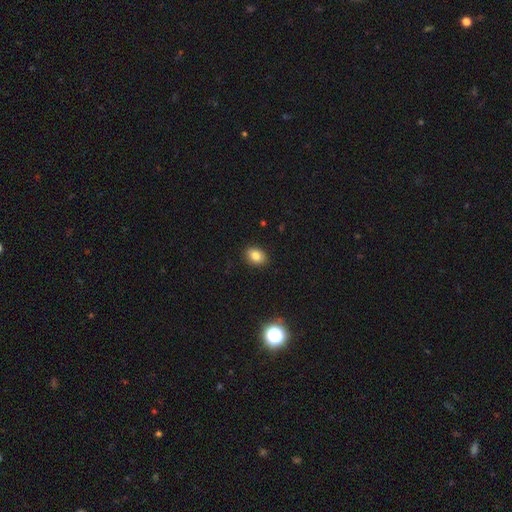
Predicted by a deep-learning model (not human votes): smooth 83%, star or artifact 10%, featured or disk 7%. Down the decision tree: how rounded — in between (69%); merging — none (89%).